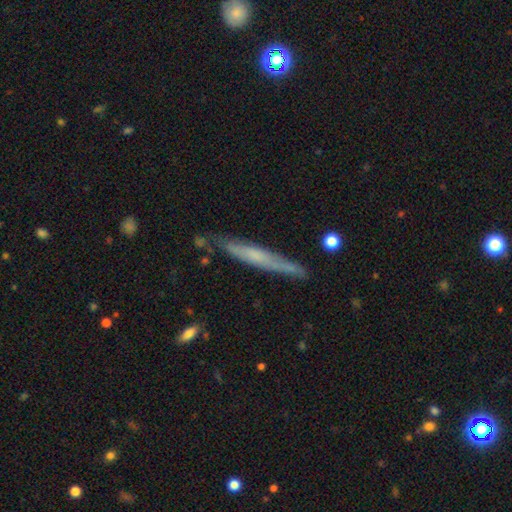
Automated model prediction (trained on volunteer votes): featured or disk 50%, smooth 44%, star or artifact 6%. Down the decision tree: merging — none (77%).